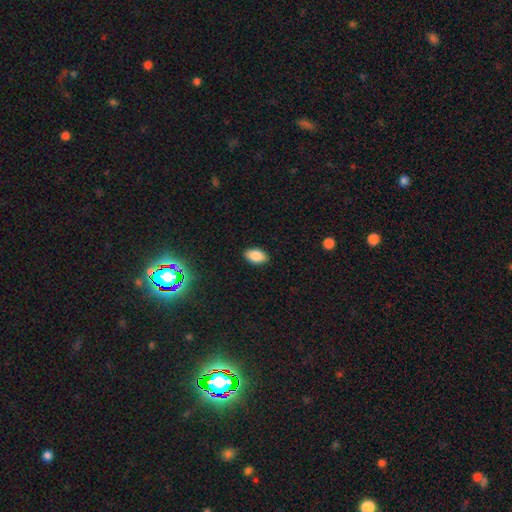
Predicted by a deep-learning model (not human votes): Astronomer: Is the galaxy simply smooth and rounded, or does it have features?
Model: smooth — 84%.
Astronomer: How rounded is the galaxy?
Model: in between — 92%.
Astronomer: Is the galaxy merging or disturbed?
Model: none — 88%.